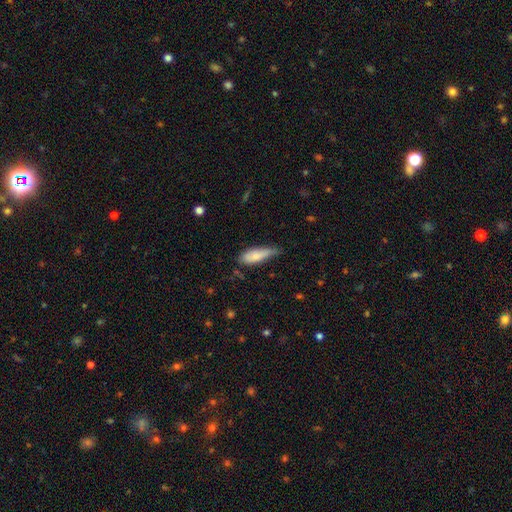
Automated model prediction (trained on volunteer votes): Smooth or featured?
  - smooth: 80% *
  - featured or disk: 14%
  - star or artifact: 6%
How rounded?
  - in between: 54% *
  - cigar-shaped: 44%
  - round: 2%
Merging?
  - none: 44% * (tied)
  - minor disturbance: 44% * (tied)
  - major disturbance: 10%
  - merger: 3%